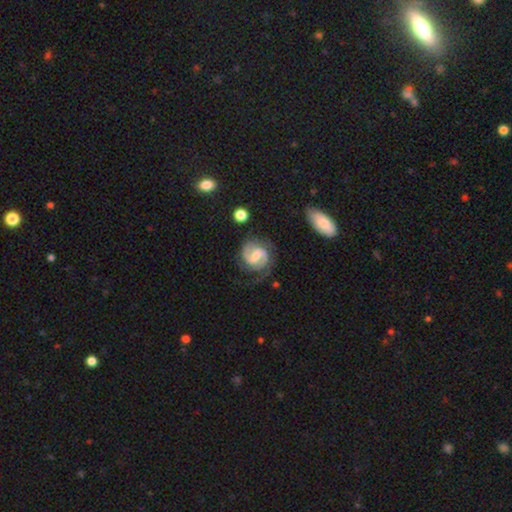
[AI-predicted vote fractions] Morphology: type=featured or disk (88%); edge-on=no (98%); bar=weak (51%); spiral arms=yes (98%); winding=medium (53%); arm count=2 (91%); bulge=moderate (43%); merging=none (72%).